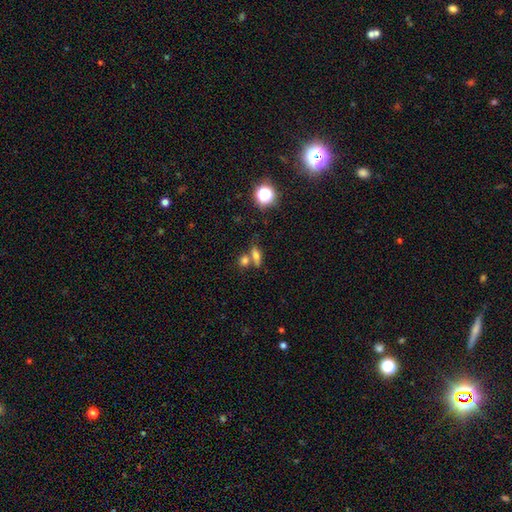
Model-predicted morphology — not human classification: Smooth or featured: smooth — 66% (featured or disk — 18%)
How rounded: in between — 51% (cigar-shaped — 32%)
Merging: none — 52% (merger — 33%)